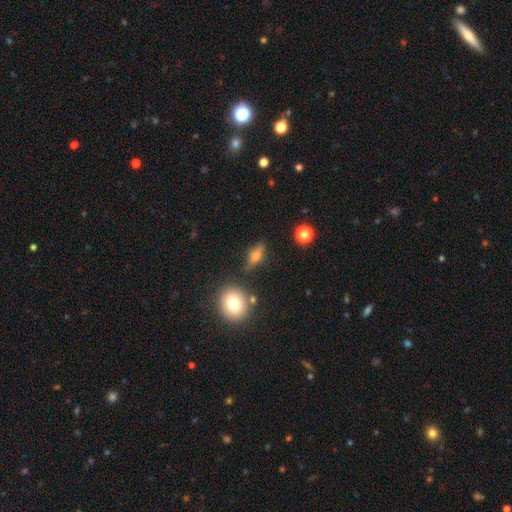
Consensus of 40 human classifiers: Smooth or featured? featured or disk (70%)
Edge-on disk? yes (86%)
Edge-on bulge? rounded (96%)
Merging? none (87%)